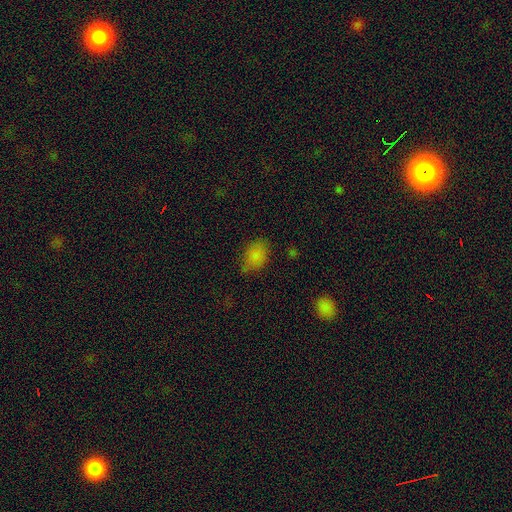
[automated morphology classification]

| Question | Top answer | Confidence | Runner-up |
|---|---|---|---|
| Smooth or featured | smooth | 79% | star or artifact (14%) |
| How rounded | in between | 80% | round (19%) |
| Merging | none | 58% | minor disturbance (30%) |